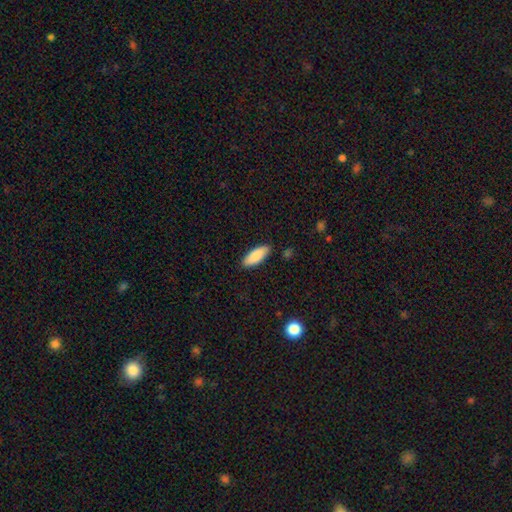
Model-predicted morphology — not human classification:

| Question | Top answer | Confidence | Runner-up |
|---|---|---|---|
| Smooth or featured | smooth | 86% | featured or disk (8%) |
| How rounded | in between | 73% | cigar-shaped (25%) |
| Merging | none | 87% | minor disturbance (10%) |